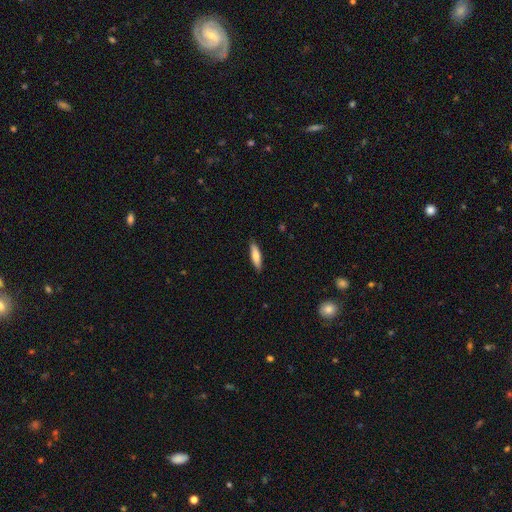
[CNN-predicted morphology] smooth-or-featured: smooth: 73% | featured or disk: 21% | star or artifact: 6%
  how-rounded: cigar-shaped: 70% | in between: 29% | round: 2%
  merging: none: 89% | minor disturbance: 8% | major disturbance: 2% | merger: 1%